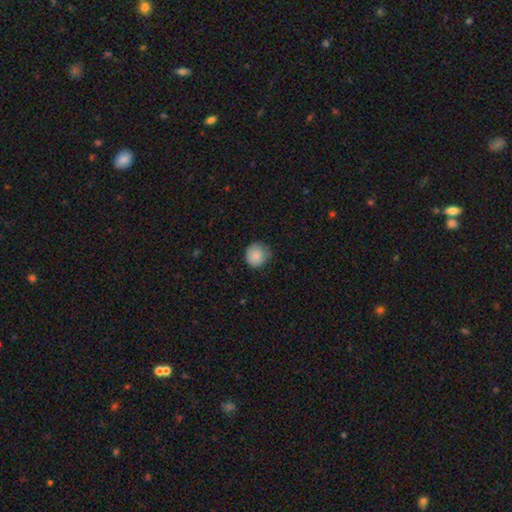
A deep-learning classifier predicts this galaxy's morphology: smooth-or-featured: smooth: 86% | star or artifact: 8% | featured or disk: 6%
  how-rounded: round: 92% | in between: 7% | cigar-shaped: 1%
  merging: none: 75% | minor disturbance: 20% | major disturbance: 4% | merger: 1%